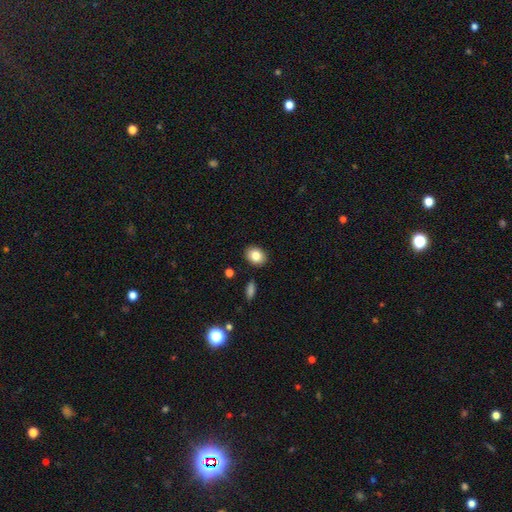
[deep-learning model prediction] This is clearly a smooth galaxy (83%). How rounded: possibly in between (59%). Merging: clearly none (88%).